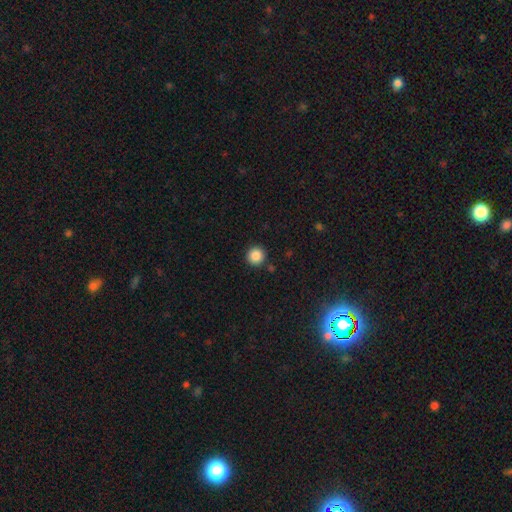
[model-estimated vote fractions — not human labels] Morphology: type=smooth (87%); roundness=round (95%); merging=none (90%).